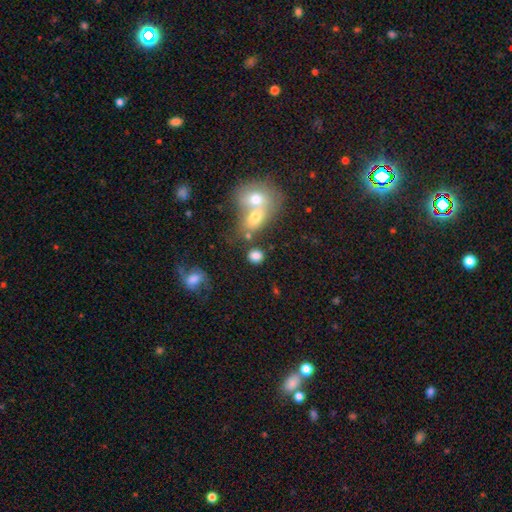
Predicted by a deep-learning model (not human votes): A smooth galaxy with no disk features (78%) that is round (58%).

Vote fractions:
- Smooth or featured? smooth: 78% / star or artifact: 12% / featured or disk: 9%
- How rounded? round: 58% / in between: 40% / cigar-shaped: 2%
- Merging? none: 55% / merger: 30% / minor disturbance: 10% / major disturbance: 5%